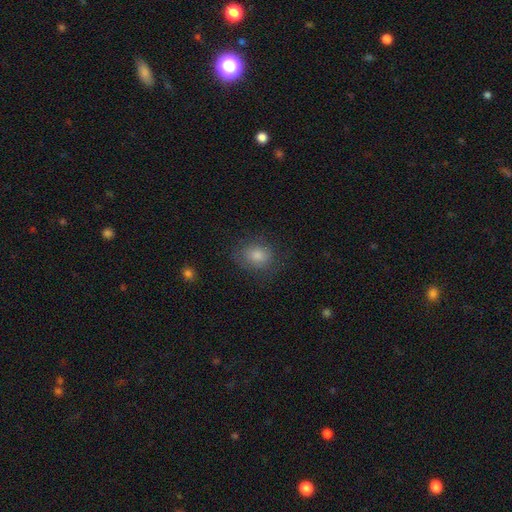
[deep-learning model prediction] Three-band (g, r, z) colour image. It shows a smooth galaxy with no disk features (72%) that is round (65%). Merging: none (75%).